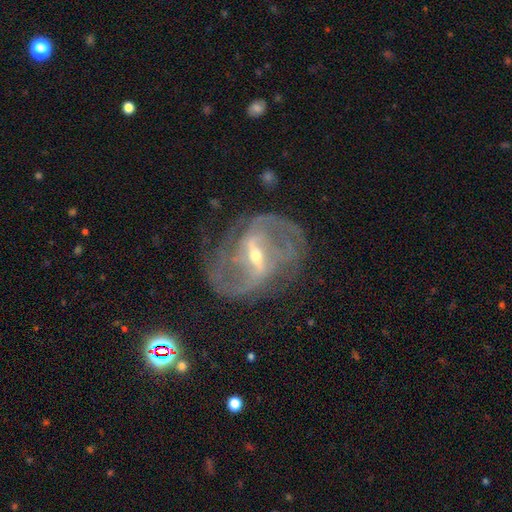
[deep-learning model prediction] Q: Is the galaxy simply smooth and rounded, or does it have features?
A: featured or disk — 90%.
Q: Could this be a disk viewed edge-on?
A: no — 96%.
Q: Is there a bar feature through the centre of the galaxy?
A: strong — 63%.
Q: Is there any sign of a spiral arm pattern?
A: yes — 95%.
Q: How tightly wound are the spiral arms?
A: medium — 49%.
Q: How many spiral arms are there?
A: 2 — 65%.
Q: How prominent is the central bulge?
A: small — 53%.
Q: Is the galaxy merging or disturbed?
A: none — 66%.